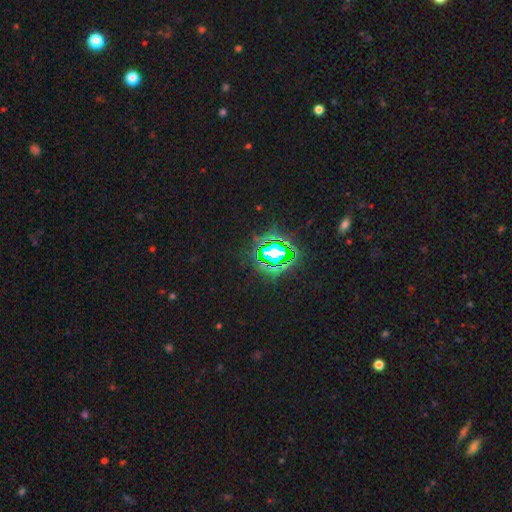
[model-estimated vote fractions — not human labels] Smooth or featured? star or artifact (82%)